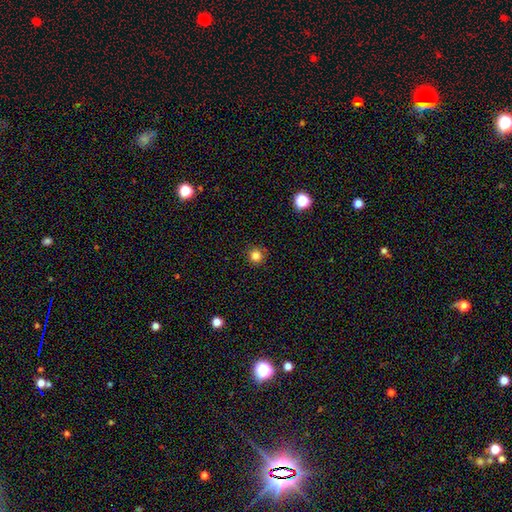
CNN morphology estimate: Smooth or featured?
  - smooth: 82% *
  - star or artifact: 13%
  - featured or disk: 4%
How rounded?
  - round: 95% *
  - in between: 4%
  - cigar-shaped: 1%
Merging?
  - none: 91% *
  - minor disturbance: 6%
  - major disturbance: 2%
  - merger: 1%